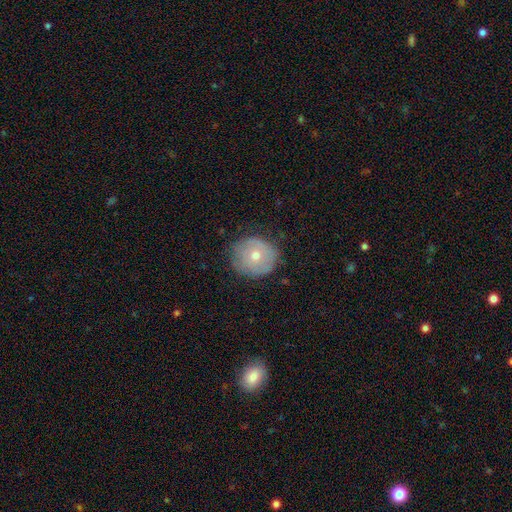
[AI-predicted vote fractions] smooth_or_featured: smooth (p=0.58) [alt: featured or disk p=0.34]
how_rounded: round (p=0.84) [alt: in between p=0.15]
merging: none (p=0.75) [alt: minor disturbance p=0.19]